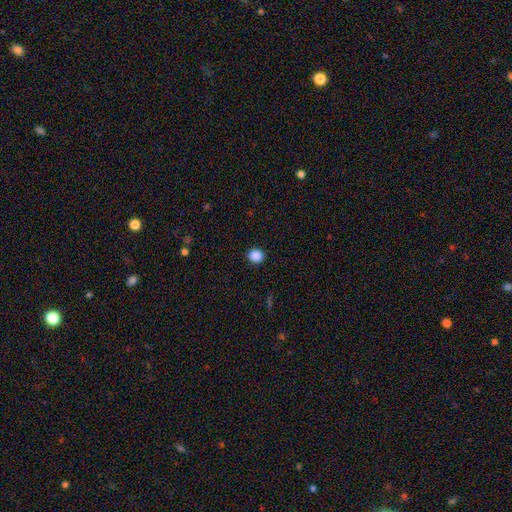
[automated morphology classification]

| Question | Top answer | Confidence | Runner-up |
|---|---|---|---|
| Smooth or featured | smooth | 88% | star or artifact (10%) |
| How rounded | round | 83% | in between (16%) |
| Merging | none | 92% | minor disturbance (5%) |